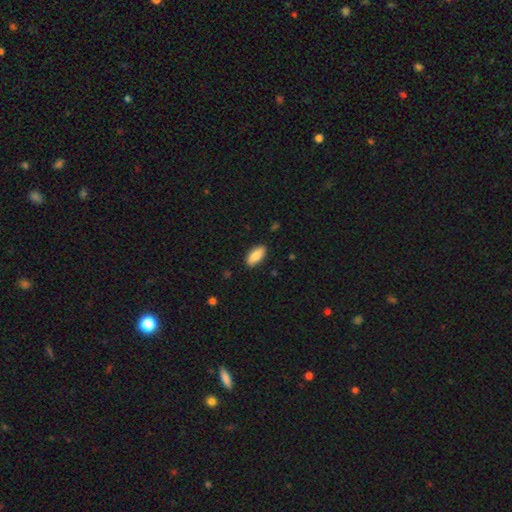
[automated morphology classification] Smooth or featured?
  - smooth: 85% *
  - featured or disk: 9%
  - star or artifact: 6%
How rounded?
  - in between: 84% *
  - cigar-shaped: 13%
  - round: 2%
Merging?
  - none: 87% *
  - minor disturbance: 10%
  - major disturbance: 2%
  - merger: 1%